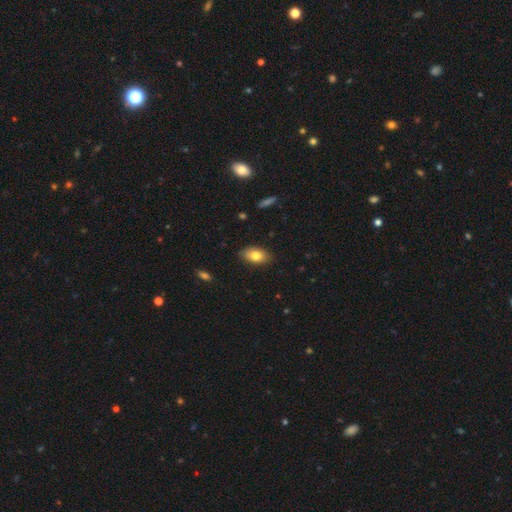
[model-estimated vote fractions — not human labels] This appears to be a smooth galaxy with no disk features (79%) that is in between round and cigar-shaped (90%). Merging: none (85%).